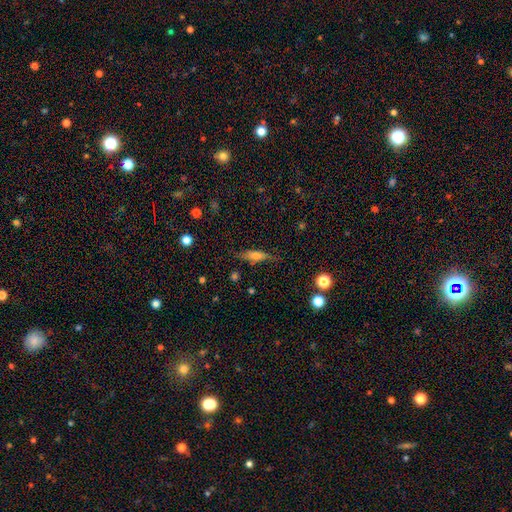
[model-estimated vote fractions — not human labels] smooth_or_featured: smooth (p=0.57) [alt: featured or disk p=0.34]
how_rounded: cigar-shaped (p=0.56) [alt: in between p=0.41]
merging: none (p=0.75) [alt: minor disturbance p=0.18]